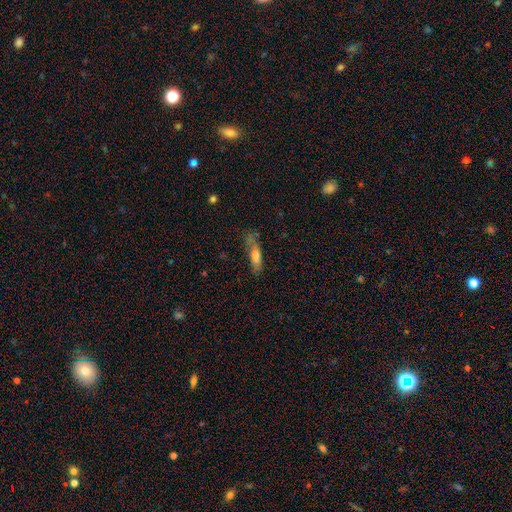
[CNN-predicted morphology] Smooth or featured: smooth — 67% (featured or disk — 26%)
How rounded: cigar-shaped — 63% (in between — 35%)
Merging: none — 58% (minor disturbance — 26%)